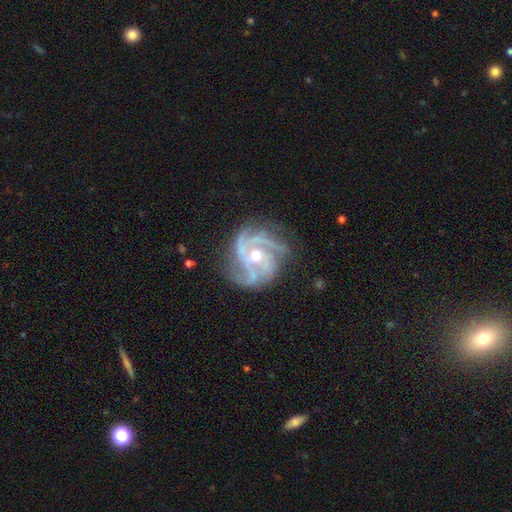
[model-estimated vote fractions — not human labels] A featured or disk galaxy (91%) with no bar (67%), 3 (47%) tight (47%) spiral arms (98%) and a moderate central bulge (61%). Merging: none (70%).